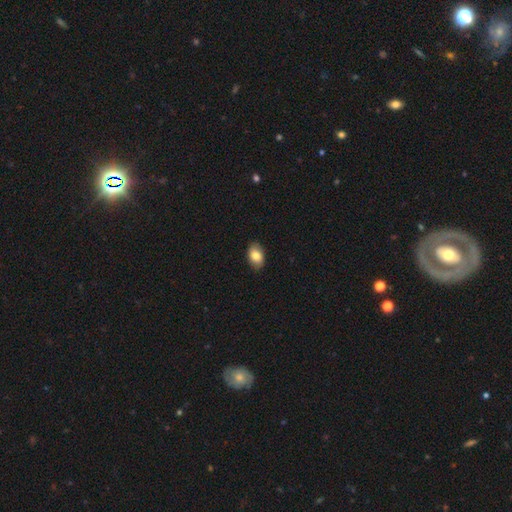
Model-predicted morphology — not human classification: smooth-or-featured: smooth: 81% | featured or disk: 11% | star or artifact: 7%
  how-rounded: in between: 88% | round: 10% | cigar-shaped: 1%
  merging: none: 86% | minor disturbance: 11% | major disturbance: 2% | merger: 1%